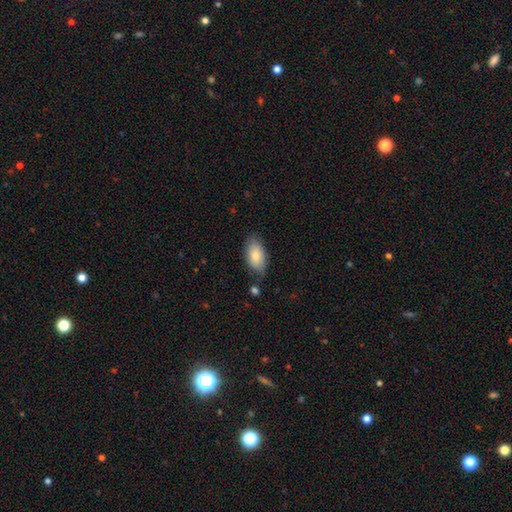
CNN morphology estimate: This is clearly a smooth galaxy (82%). How rounded: clearly in between (94%). Merging: likely none (75%).